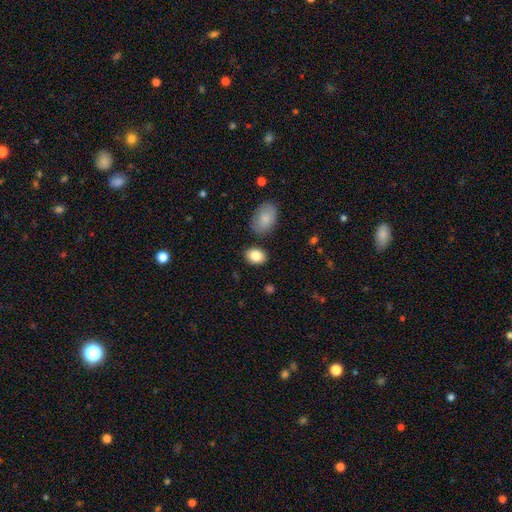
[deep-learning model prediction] smooth 85%, star or artifact 8%, featured or disk 7%. Down the decision tree: how rounded — in between (73%); merging — none (83%).